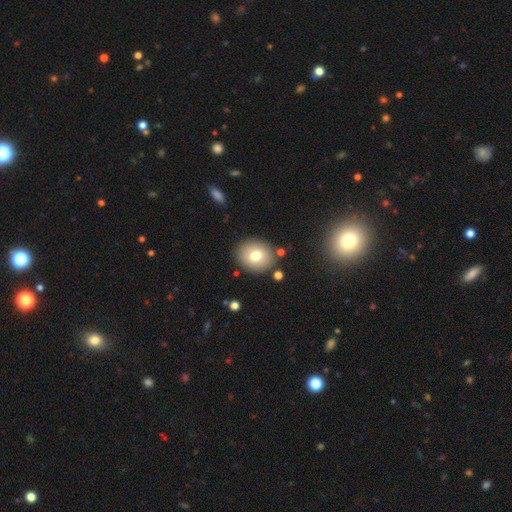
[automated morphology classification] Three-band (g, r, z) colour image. It shows a smooth galaxy with no disk features (74%) that is round (67%). Merging: none (85%).